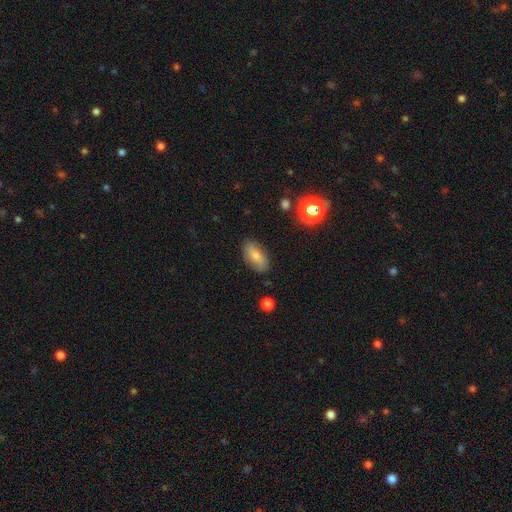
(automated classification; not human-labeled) Smooth or featured? smooth (75%)
How rounded? in between (90%)
Merging? none (85%)